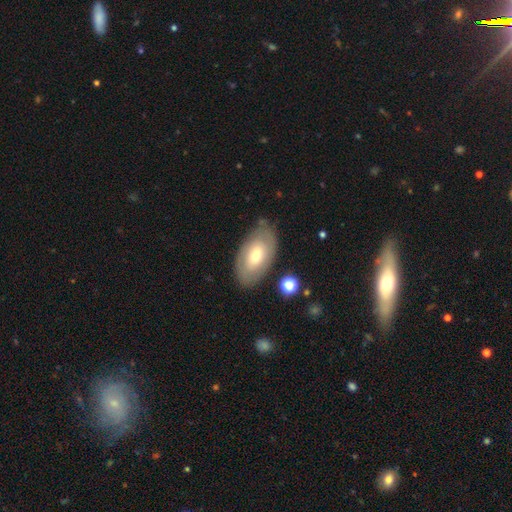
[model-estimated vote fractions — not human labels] smooth-or-featured: smooth: 50% | featured or disk: 44% | star or artifact: 6%
  how-rounded: in between: 94% | round: 4% | cigar-shaped: 3%
  merging: none: 79% | minor disturbance: 15% | major disturbance: 4% | merger: 2%